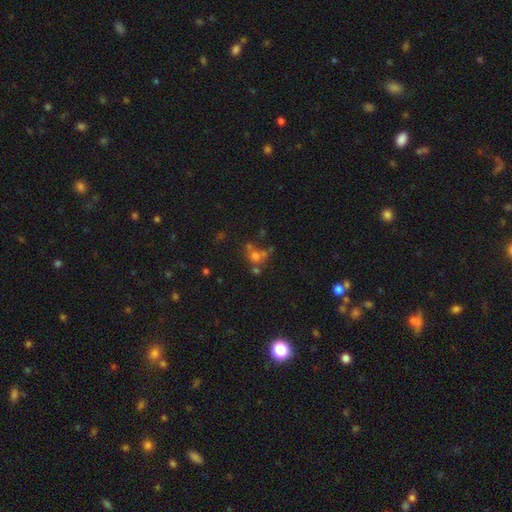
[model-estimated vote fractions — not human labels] Q: Smooth or featured?
A: smooth (59%); runner-up: star or artifact (21%)
Q: How rounded?
A: round (73%); runner-up: in between (26%)
Q: Merging?
A: none (41%); runner-up: merger (36%)